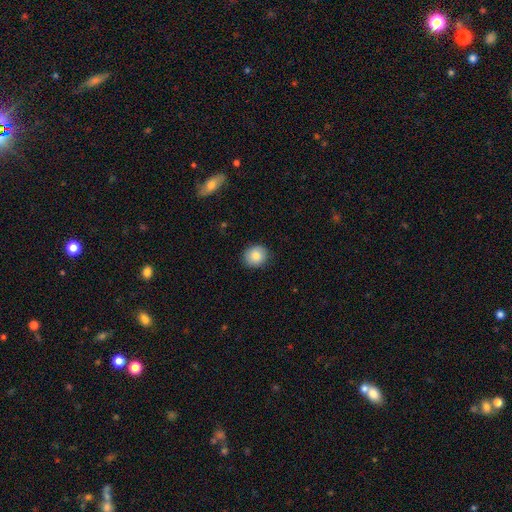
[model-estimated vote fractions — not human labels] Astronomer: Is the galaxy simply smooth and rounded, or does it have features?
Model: smooth — 82%.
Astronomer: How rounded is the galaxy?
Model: round — 81%.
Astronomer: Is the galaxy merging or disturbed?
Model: none — 88%.